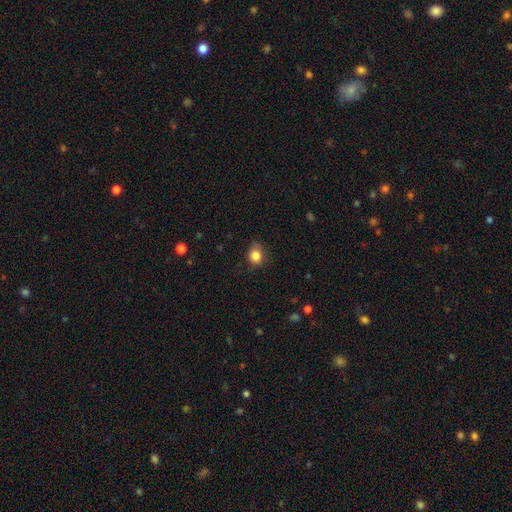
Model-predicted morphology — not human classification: smooth-or-featured: smooth: 84% | star or artifact: 10% | featured or disk: 6%
  how-rounded: round: 59% | in between: 40% | cigar-shaped: 1%
  merging: none: 69% | minor disturbance: 24% | major disturbance: 6% | merger: 1%